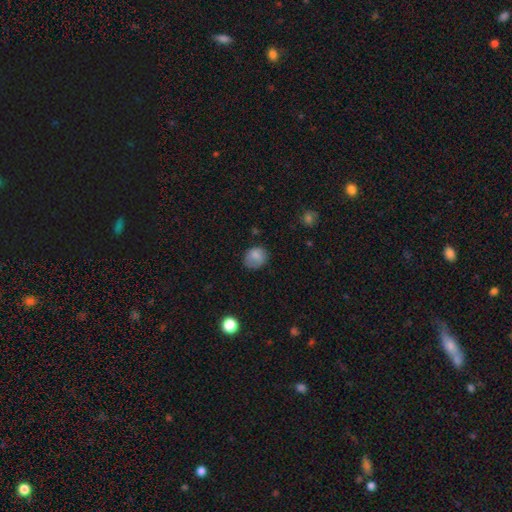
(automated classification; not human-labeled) Overall: smooth (81%). How rounded: round (63%; in between 36%). Merging: none (65%; minor disturbance 26%).